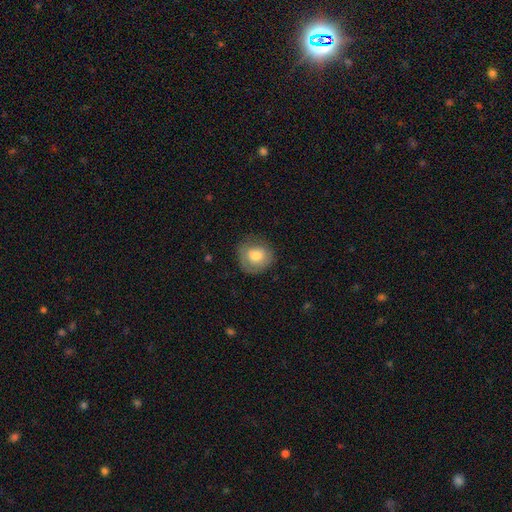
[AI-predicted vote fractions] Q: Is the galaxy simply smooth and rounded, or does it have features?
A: smooth — 73%.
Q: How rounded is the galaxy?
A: round — 82%.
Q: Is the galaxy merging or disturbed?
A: none — 68%.